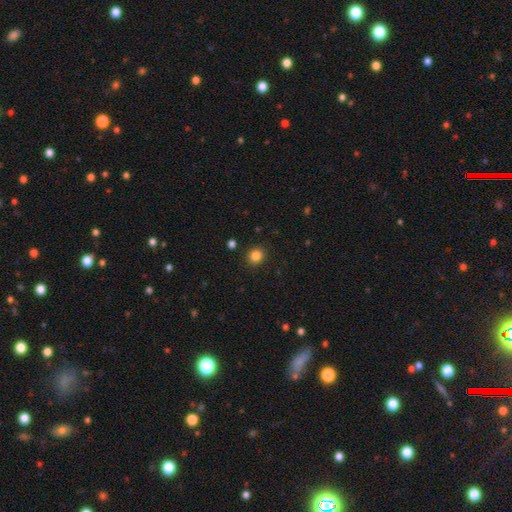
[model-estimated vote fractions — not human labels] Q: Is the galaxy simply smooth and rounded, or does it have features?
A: smooth — 84%.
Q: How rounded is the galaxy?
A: round — 76%.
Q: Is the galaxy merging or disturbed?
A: none — 90%.